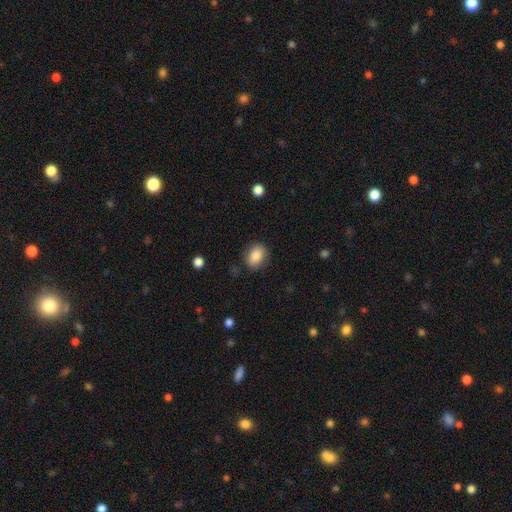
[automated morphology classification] The model was most divided on "how rounded": in between: 63%, round: 35%, cigar-shaped: 1%. More confident: smooth or featured — smooth (85%); merging — none (83%).